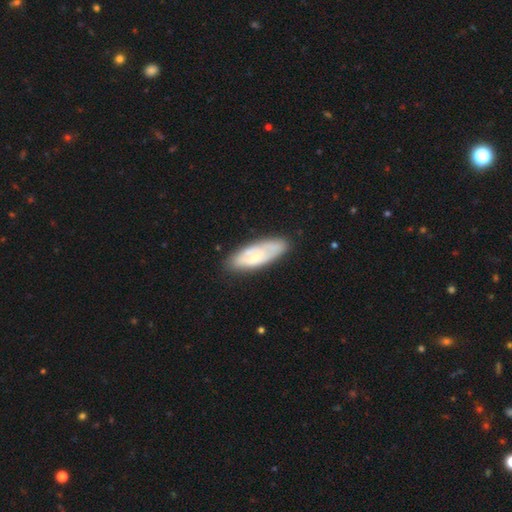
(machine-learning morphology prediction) type=smooth (54%); roundness=in between (65%); merging=none (76%).